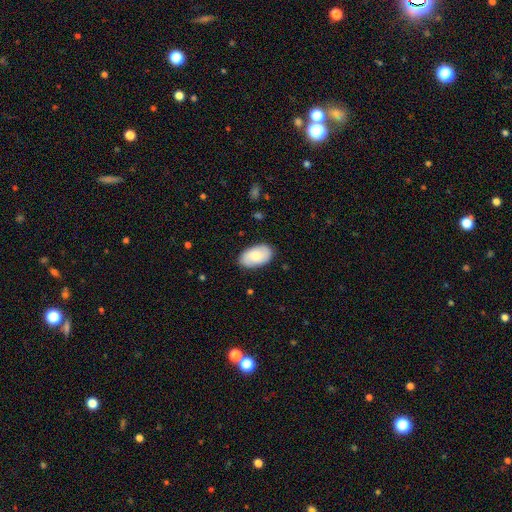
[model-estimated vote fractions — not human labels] Smooth or featured?
  - smooth: 74% *
  - featured or disk: 20%
  - star or artifact: 6%
How rounded?
  - in between: 95% *
  - round: 4%
  - cigar-shaped: 1%
Merging?
  - none: 85% *
  - minor disturbance: 12%
  - major disturbance: 2%
  - merger: 1%